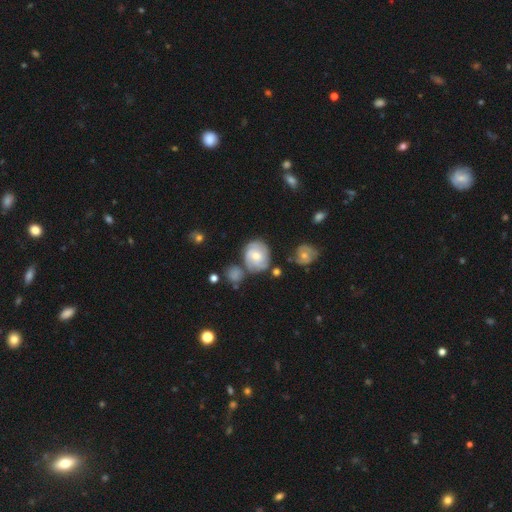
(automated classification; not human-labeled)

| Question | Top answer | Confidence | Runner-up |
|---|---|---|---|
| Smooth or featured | featured or disk | 66% | smooth (27%) |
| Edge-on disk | no | 97% | yes (3%) |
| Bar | no | 67% | weak (28%) |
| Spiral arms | yes | 89% | no (11%) |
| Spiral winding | tight | 58% | medium (33%) |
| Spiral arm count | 3 | 37% | can't tell (27%) |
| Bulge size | moderate | 55% | small (40%) |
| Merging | none | 59% | minor disturbance (22%) |